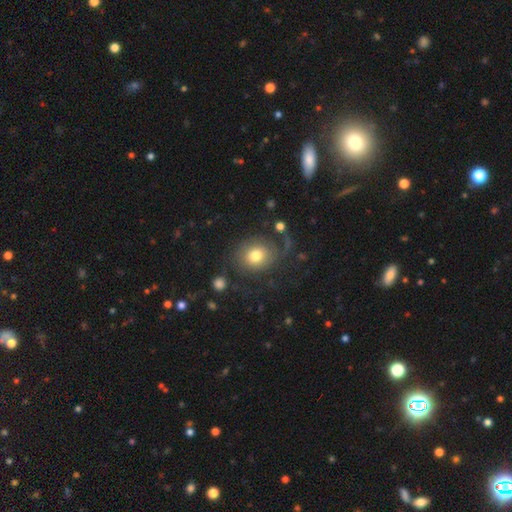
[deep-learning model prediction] Overall: smooth (64%; featured or disk 27%). How rounded: round (66%; in between 33%). Merging: none (57%; major disturbance 23%).